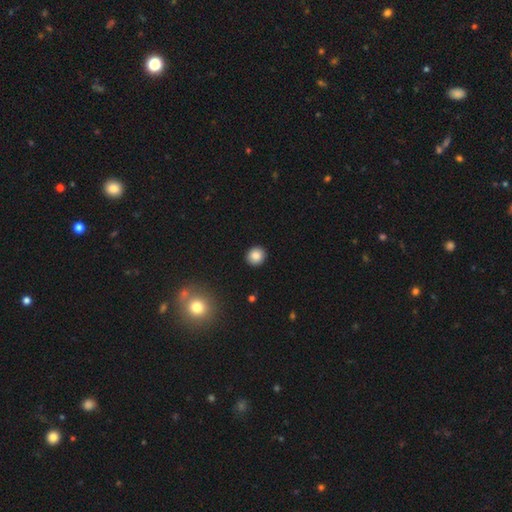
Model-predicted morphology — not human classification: type=smooth (85%); roundness=round (83%); merging=none (92%).